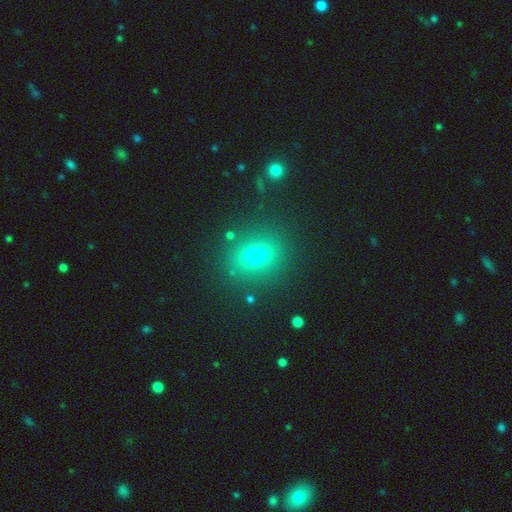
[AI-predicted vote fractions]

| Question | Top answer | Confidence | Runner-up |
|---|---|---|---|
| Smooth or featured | smooth | 70% | star or artifact (19%) |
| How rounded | round | 62% | in between (36%) |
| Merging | none | 85% | minor disturbance (9%) |